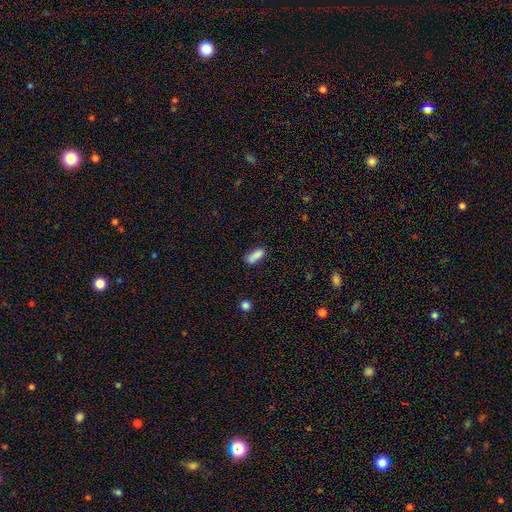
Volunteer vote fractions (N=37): This appears to be a smooth galaxy with no disk features (81%) that is in between round and cigar-shaped (70%). Merging: none (40%).